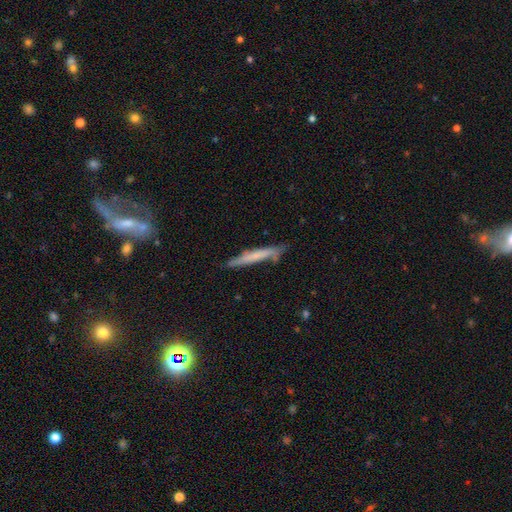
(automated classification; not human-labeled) smooth-or-featured: smooth: 55% | featured or disk: 37% | star or artifact: 7%
  how-rounded: cigar-shaped: 94% | in between: 4% | round: 1%
  merging: none: 73% | minor disturbance: 20% | major disturbance: 4% | merger: 3%